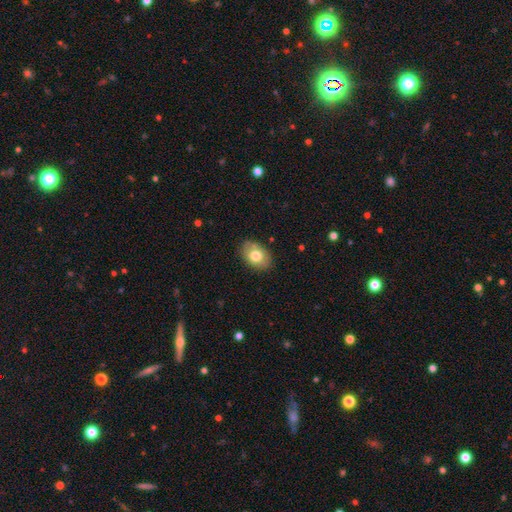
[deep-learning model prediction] Smooth or featured: smooth — 75% (featured or disk — 17%)
How rounded: in between — 82% (round — 17%)
Merging: none — 82% (minor disturbance — 13%)